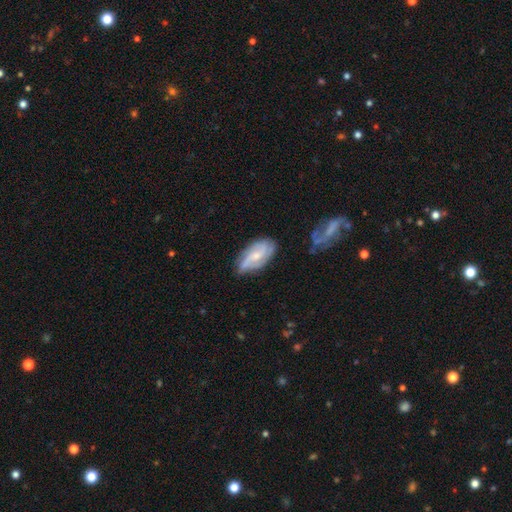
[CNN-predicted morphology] Smooth or featured?
  - featured or disk: 76% *
  - smooth: 18%
  - star or artifact: 6%
Edge-on disk?
  - no: 94% *
  - yes: 6%
Bar?
  - no: 50% *
  - weak: 40%
  - strong: 10%
Spiral arms?
  - yes: 94% *
  - no: 6%
Spiral winding?
  - medium: 42% *
  - tight: 31%
  - loose: 27%
Spiral arm count?
  - 2: 35% *
  - 3: 28%
  - can't tell: 21%
  - 4: 9%
  - 1: 4%
  - more than 4: 4%
Bulge size?
  - small: 55% *
  - moderate: 37%
  - none: 5%
  - large: 2%
  - dominant: 1%
Merging?
  - none: 72% *
  - minor disturbance: 20%
  - major disturbance: 6%
  - merger: 2%